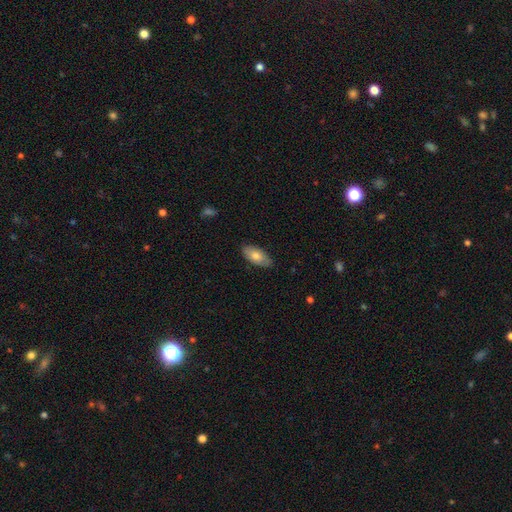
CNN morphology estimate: This appears to be a smooth galaxy with no disk features (76%) that is in between round and cigar-shaped (92%). Merging: none (84%).